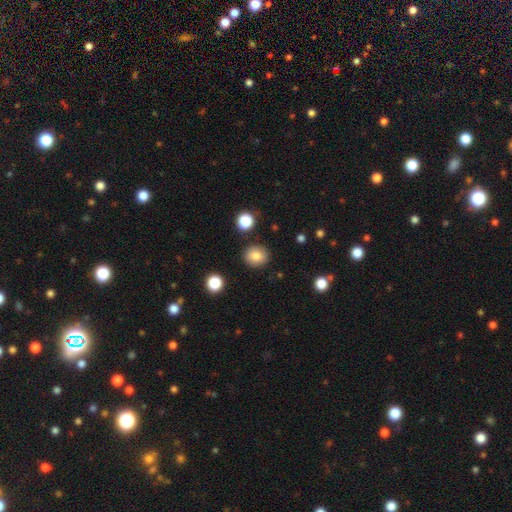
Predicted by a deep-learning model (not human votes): A smooth galaxy with no disk features (83%) that is round (79%). Merging: none (88%).